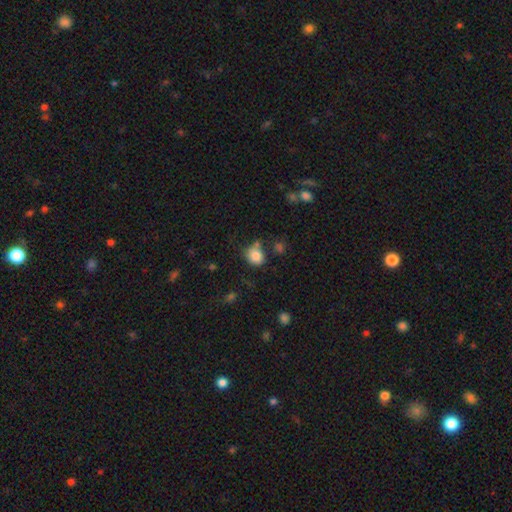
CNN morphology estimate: A smooth galaxy with no disk features (83%) that is round (72%). Merging: none (66%).